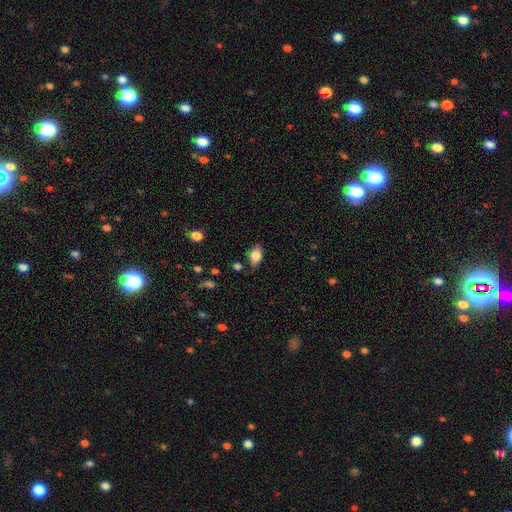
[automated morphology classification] This appears to be a smooth galaxy with no disk features (74%) that is in between round and cigar-shaped (87%). Merging: none (78%).